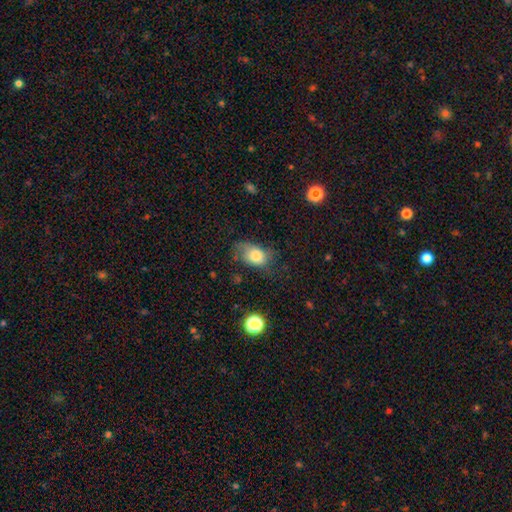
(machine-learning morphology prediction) A smooth galaxy with no disk features (78%) that is in between round and cigar-shaped (82%).

Vote fractions:
- Smooth or featured? smooth: 78% / featured or disk: 13% / star or artifact: 9%
- How rounded? in between: 82% / round: 16% / cigar-shaped: 2%
- Merging? none: 46% / minor disturbance: 33% / major disturbance: 19% / merger: 2%